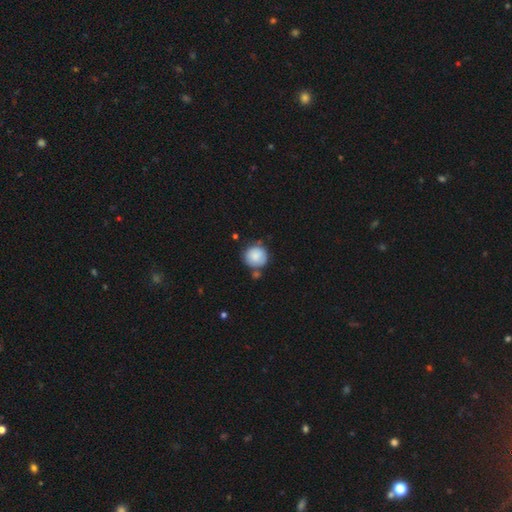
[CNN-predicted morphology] Smooth or featured?
  - smooth: 84% *
  - featured or disk: 9%
  - star or artifact: 7%
How rounded?
  - round: 91% *
  - in between: 8%
  - cigar-shaped: 1%
Merging?
  - none: 68% *
  - minor disturbance: 17%
  - merger: 12%
  - major disturbance: 4%